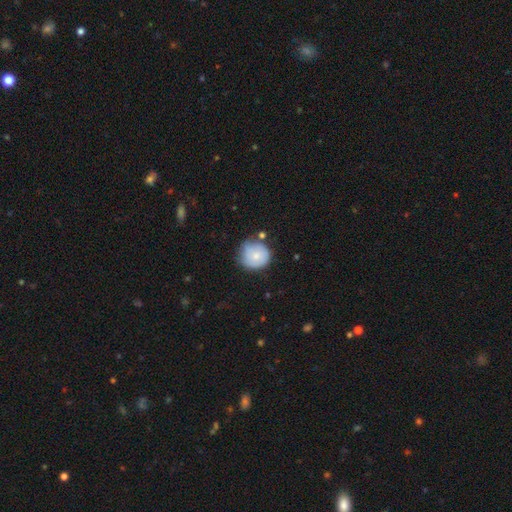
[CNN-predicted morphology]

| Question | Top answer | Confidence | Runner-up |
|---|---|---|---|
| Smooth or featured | smooth | 67% | featured or disk (26%) |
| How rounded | round | 87% | in between (12%) |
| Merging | none | 56% | minor disturbance (31%) |